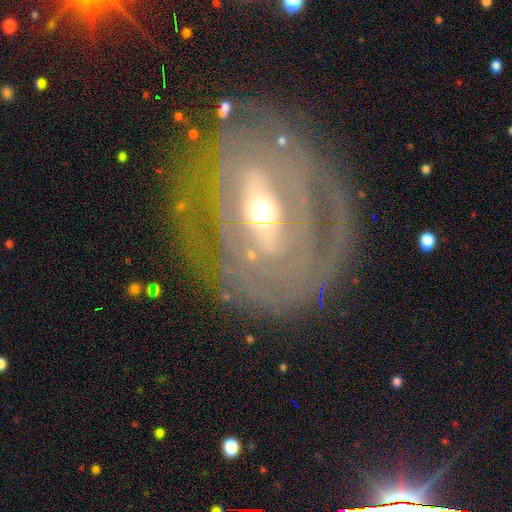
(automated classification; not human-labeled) This is clearly a featured or disk galaxy (84%). It is clearly not viewed edge-on (92%). Bar: possibly strong (54%). Spiral arm pattern: likely yes (73%). Spiral arm count: possibly can't tell (47%). Spiral winding: likely tight (72%). Central bulge: possibly moderate (52%). Merging: likely none (72%).